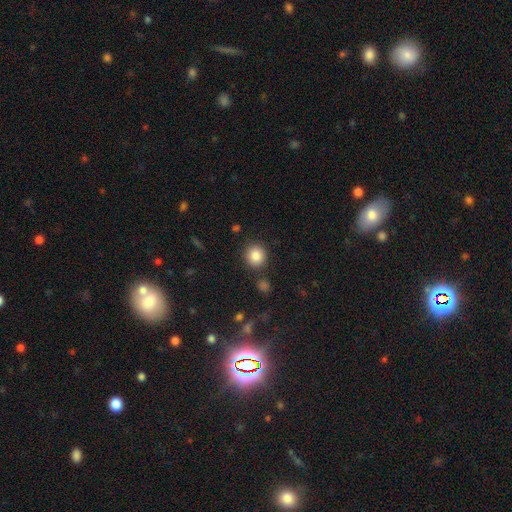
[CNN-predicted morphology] The model was most divided on "how rounded": round: 87%, in between: 12%, cigar-shaped: 1%. More confident: smooth or featured — smooth (86%); merging — none (85%).